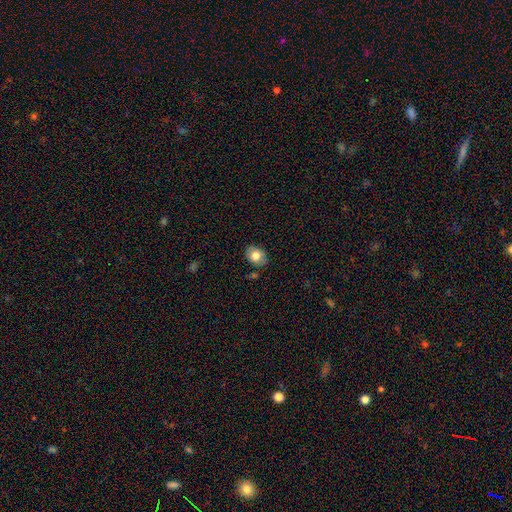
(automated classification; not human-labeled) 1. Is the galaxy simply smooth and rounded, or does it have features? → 74% smooth, 18% featured or disk, 8% star or artifact.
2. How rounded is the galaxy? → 63% in between, 36% round, 1% cigar-shaped.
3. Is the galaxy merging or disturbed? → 81% none, 13% minor disturbance, 3% merger, 3% major disturbance.